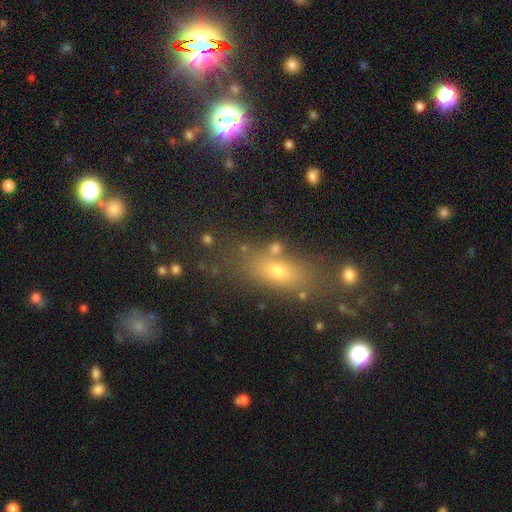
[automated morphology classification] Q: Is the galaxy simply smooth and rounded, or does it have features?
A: smooth — 44%.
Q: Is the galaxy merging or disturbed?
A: none — 71%.